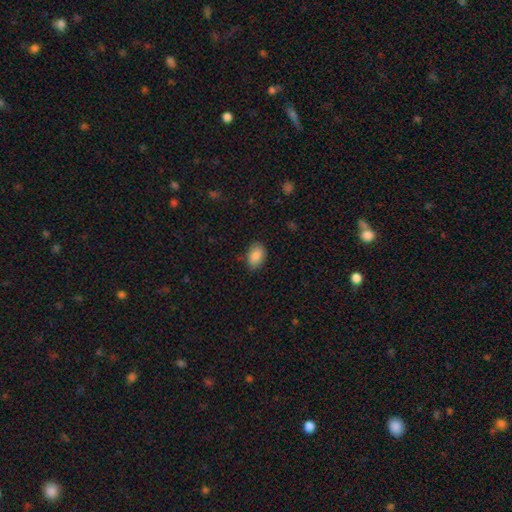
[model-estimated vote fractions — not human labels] Overall: smooth (88%). How rounded: in between (87%). Merging: none (83%).